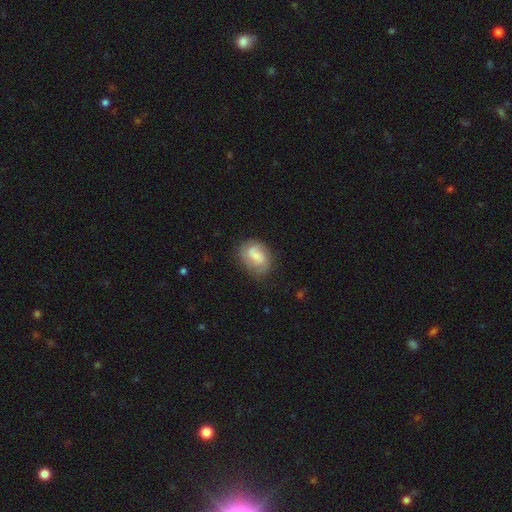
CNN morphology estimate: A smooth galaxy with no disk features (52%) that is in between round and cigar-shaped (71%).

Vote fractions:
- Smooth or featured? smooth: 52% / featured or disk: 40% / star or artifact: 8%
- How rounded? in between: 71% / round: 27% / cigar-shaped: 1%
- Merging? none: 71% / minor disturbance: 20% / major disturbance: 7% / merger: 2%